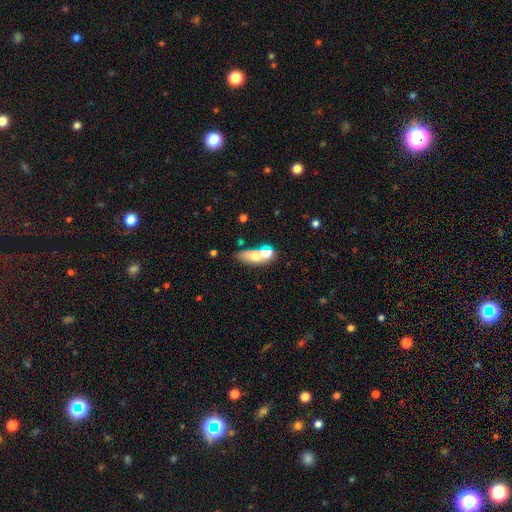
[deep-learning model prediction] Smooth or featured? Predicted: smooth (p=0.63). How rounded? Predicted: in between (p=0.70). Merging? Predicted: none (p=0.49).